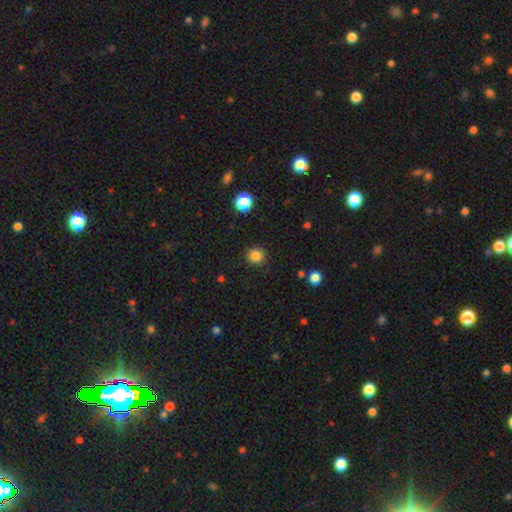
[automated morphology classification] smooth-or-featured: smooth: 85% | star or artifact: 11% | featured or disk: 4%
  how-rounded: round: 89% | in between: 10% | cigar-shaped: 1%
  merging: none: 89% | minor disturbance: 8% | major disturbance: 3% | merger: 1%